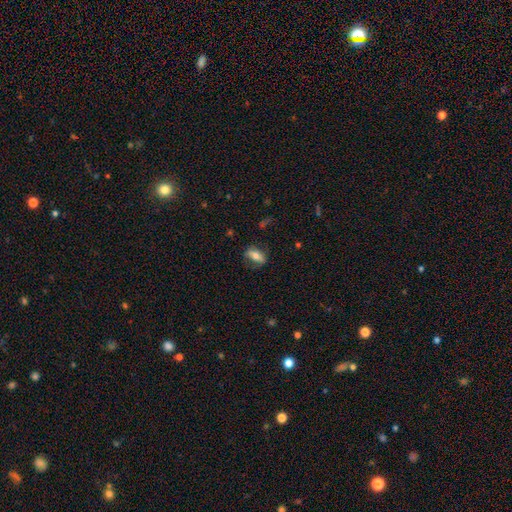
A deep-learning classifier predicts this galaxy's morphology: This is possibly a smooth galaxy (60%). How rounded: likely in between (79%). Merging: likely none (72%).